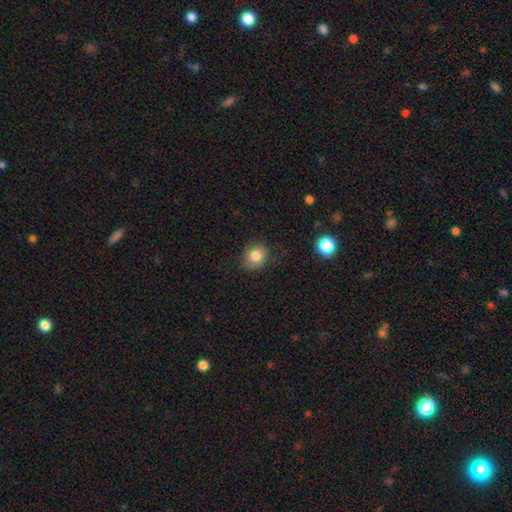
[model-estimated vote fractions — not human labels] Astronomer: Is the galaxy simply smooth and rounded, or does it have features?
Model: smooth — 82%.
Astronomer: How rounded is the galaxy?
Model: round — 75%.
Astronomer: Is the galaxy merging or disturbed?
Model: none — 79%.